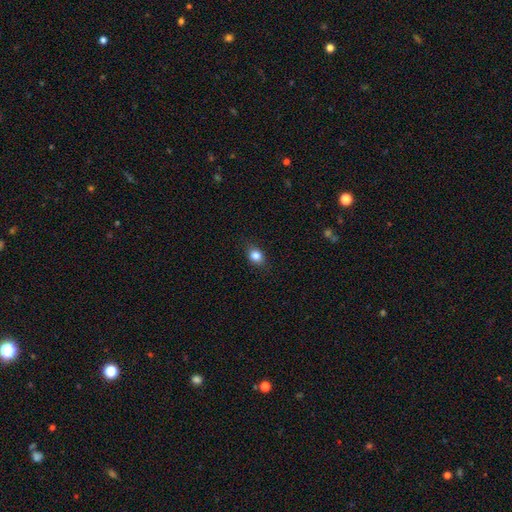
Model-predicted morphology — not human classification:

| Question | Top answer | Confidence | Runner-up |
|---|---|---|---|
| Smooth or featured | smooth | 83% | star or artifact (10%) |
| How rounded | round | 49% | tied: in between (49%) |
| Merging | none | 85% | minor disturbance (11%) |